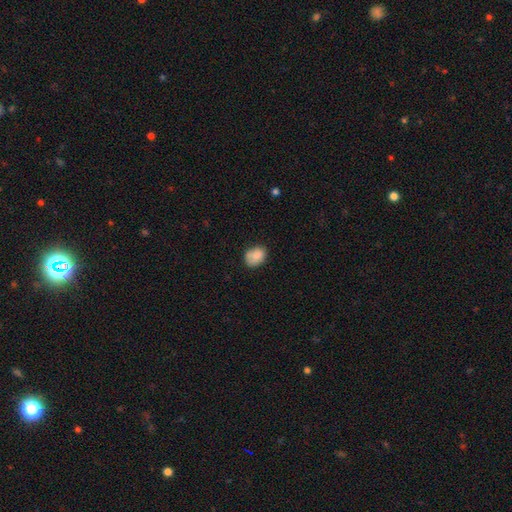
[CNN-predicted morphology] Smooth or featured? Predicted: smooth (p=0.82). How rounded? Predicted: in between (p=0.68). Merging? Predicted: none (p=0.62).